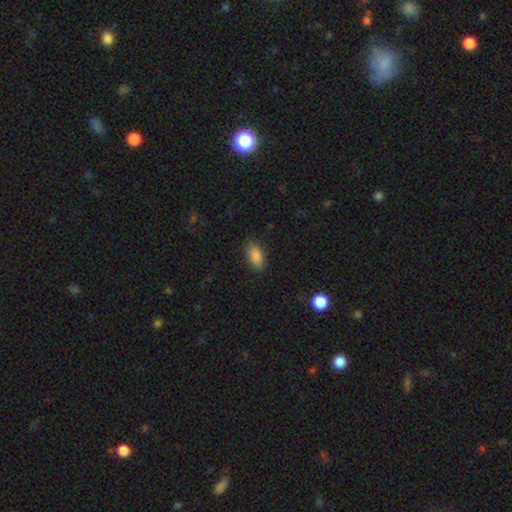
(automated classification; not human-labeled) A smooth galaxy with no disk features (87%) that is in between round and cigar-shaped (88%). Merging: none (85%).